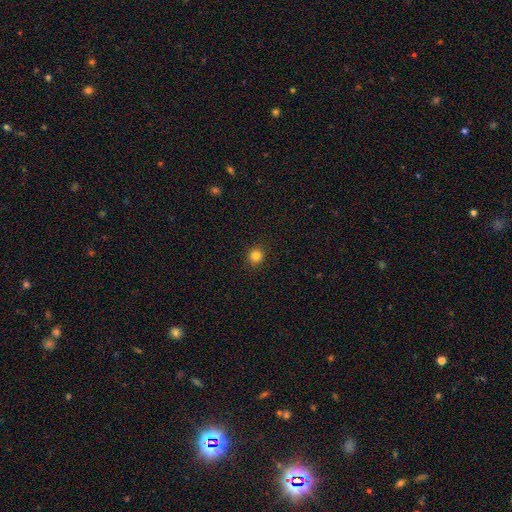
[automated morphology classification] Q: Smooth or featured?
A: smooth (83%); runner-up: star or artifact (13%)
Q: How rounded?
A: round (93%); runner-up: in between (6%)
Q: Merging?
A: none (92%); runner-up: minor disturbance (5%)